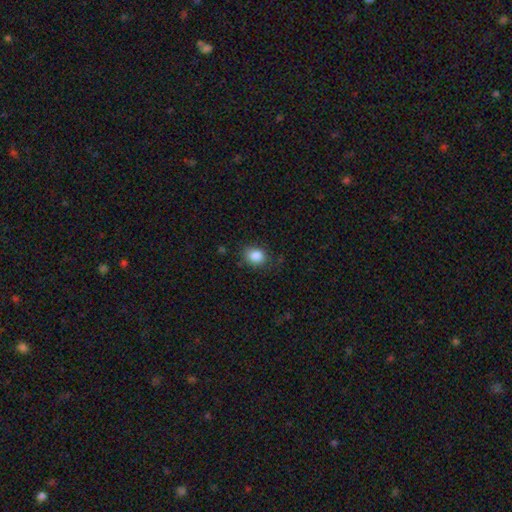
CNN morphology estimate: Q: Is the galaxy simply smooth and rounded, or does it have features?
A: smooth — 86%.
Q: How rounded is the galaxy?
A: round — 52%.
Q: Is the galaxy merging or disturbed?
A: none — 76%.